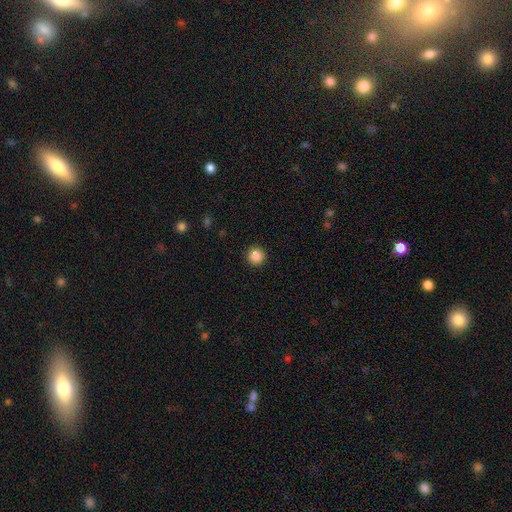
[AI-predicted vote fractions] Overall: smooth (86%). How rounded: round (95%). Merging: none (92%).